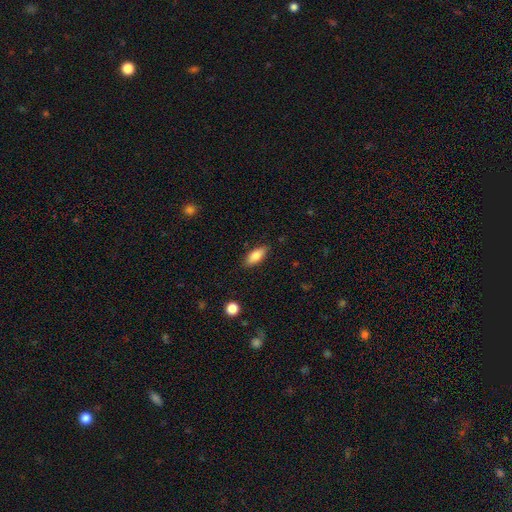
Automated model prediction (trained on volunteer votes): smooth_or_featured: smooth (p=0.82) [alt: featured or disk p=0.11]
how_rounded: in between (p=0.82) [alt: cigar-shaped p=0.15]
merging: none (p=0.85) [alt: minor disturbance p=0.12]